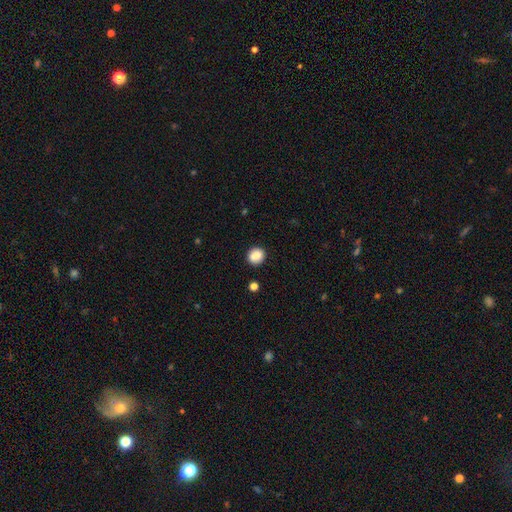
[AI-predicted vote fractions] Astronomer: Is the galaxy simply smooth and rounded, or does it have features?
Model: smooth — 87%.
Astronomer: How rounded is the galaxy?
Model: round — 74%.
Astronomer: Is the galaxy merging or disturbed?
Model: none — 88%.